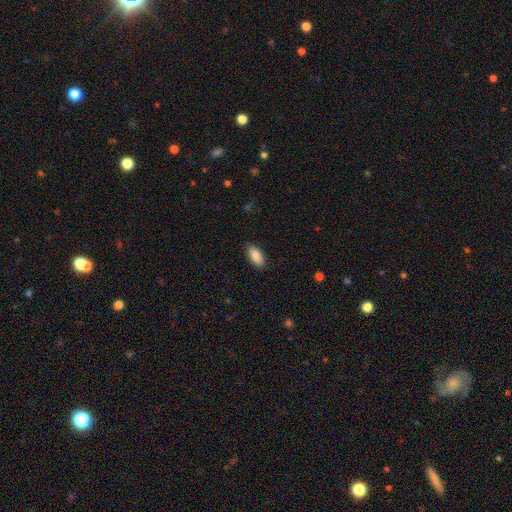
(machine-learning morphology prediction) Smooth or featured? smooth (89%)
How rounded? in between (91%)
Merging? none (88%)